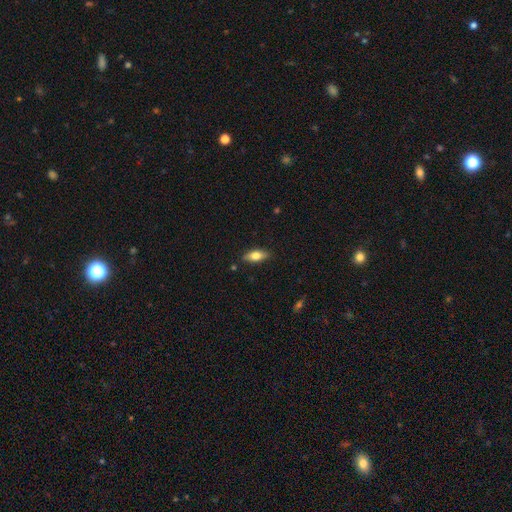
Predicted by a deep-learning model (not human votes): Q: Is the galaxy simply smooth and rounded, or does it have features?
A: smooth — 69%.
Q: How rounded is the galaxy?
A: in between — 76%.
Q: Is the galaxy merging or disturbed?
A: none — 87%.